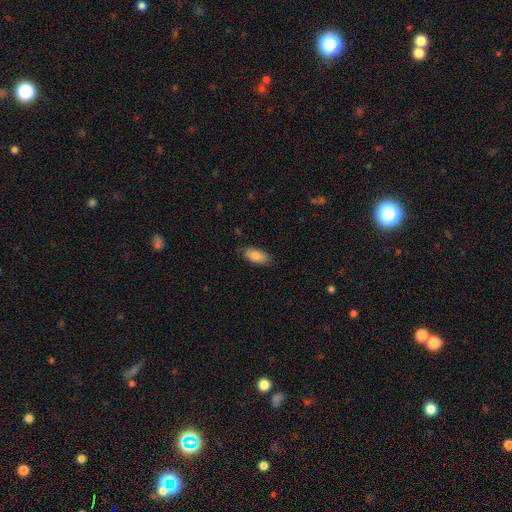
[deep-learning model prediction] smooth_or_featured: smooth (p=0.84) [alt: featured or disk p=0.10]
how_rounded: in between (p=0.91) [alt: cigar-shaped p=0.07]
merging: none (p=0.77) [alt: minor disturbance p=0.18]